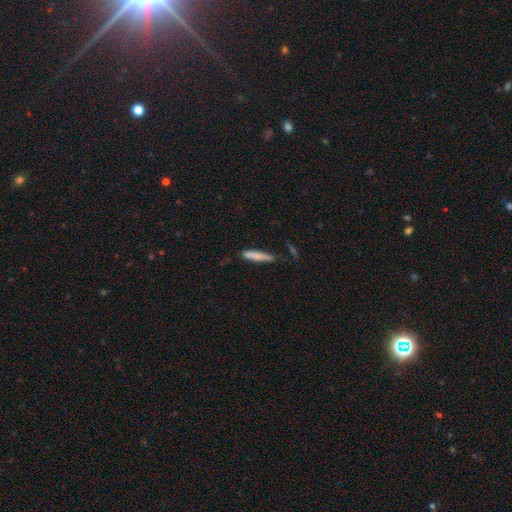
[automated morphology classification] Overall: smooth (79%). How rounded: cigar-shaped (90%). Merging: none (70%).